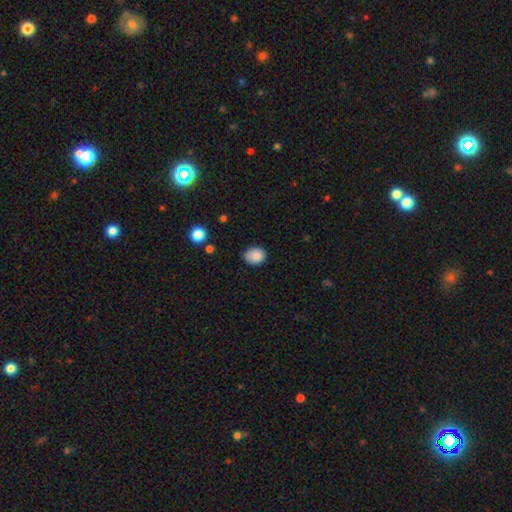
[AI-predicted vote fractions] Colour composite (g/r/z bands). It shows a smooth galaxy with no disk features (87%) that is round (51%). Merging: none (75%).